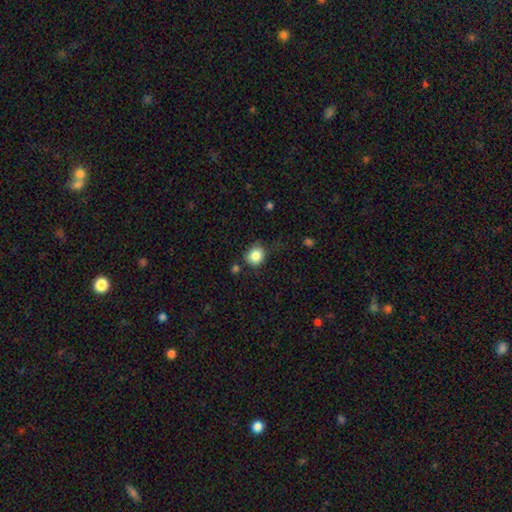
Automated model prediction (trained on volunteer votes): Smooth or featured? Predicted: smooth (p=0.84). How rounded? Predicted: round (p=0.77). Merging? Predicted: none (p=0.74).